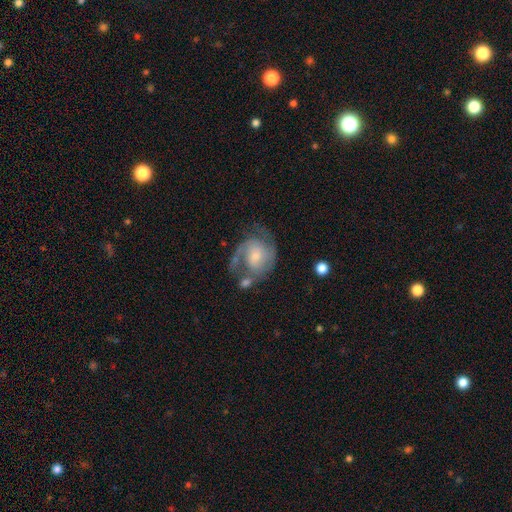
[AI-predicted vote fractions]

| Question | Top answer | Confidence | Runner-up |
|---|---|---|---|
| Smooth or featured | featured or disk | 80% | smooth (14%) |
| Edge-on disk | no | 98% | yes (2%) |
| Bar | no | 54% | weak (38%) |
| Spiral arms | yes | 94% | no (6%) |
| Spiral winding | medium | 51% | tight (30%) |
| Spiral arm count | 2 | 72% | can't tell (9%) |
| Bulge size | small | 48% | moderate (37%) |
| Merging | none | 50% | minor disturbance (21%) |